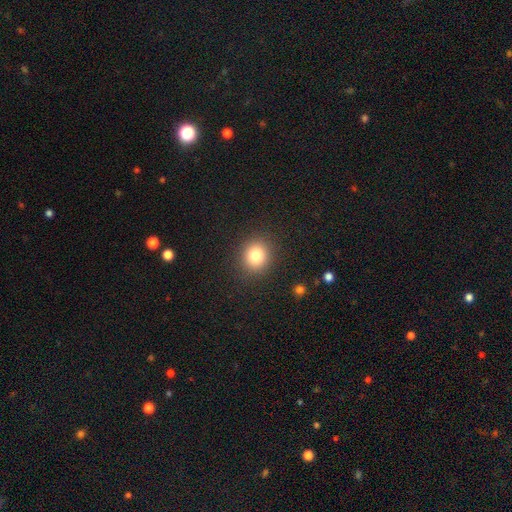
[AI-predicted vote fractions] smooth 81%, star or artifact 12%, featured or disk 7%. Down the decision tree: how rounded — round (81%); merging — none (90%).